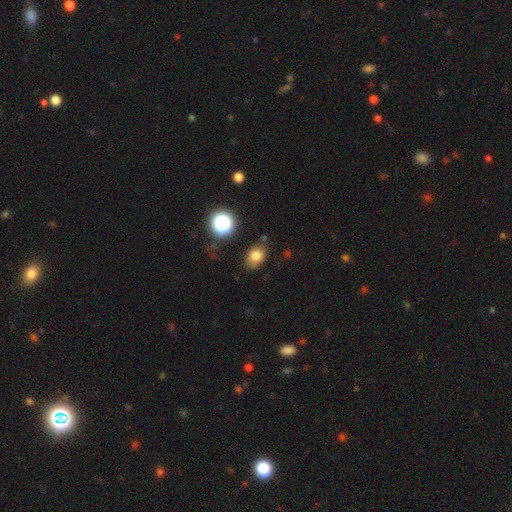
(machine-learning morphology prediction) A smooth galaxy with no disk features (78%) that is in between round and cigar-shaped (72%). Merging: none (74%).